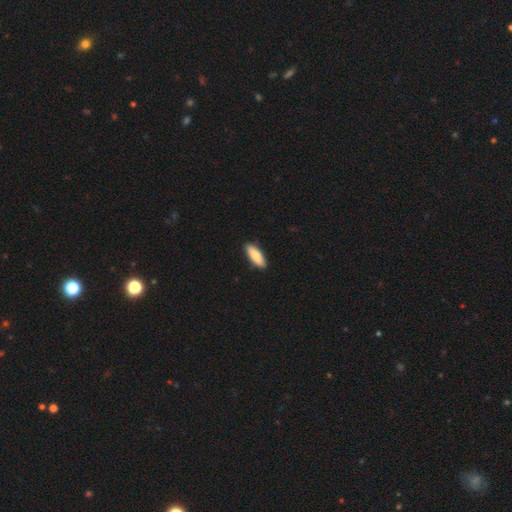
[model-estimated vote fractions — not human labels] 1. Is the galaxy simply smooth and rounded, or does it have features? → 83% smooth, 12% featured or disk, 5% star or artifact.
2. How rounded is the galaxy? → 64% in between, 34% cigar-shaped, 2% round.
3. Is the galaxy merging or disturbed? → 90% none, 8% minor disturbance, 1% major disturbance, 1% merger.